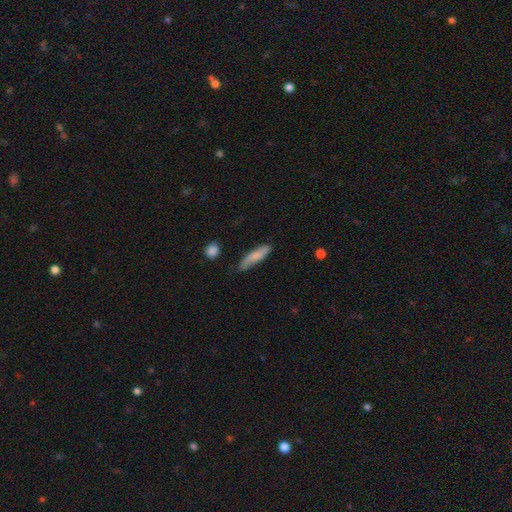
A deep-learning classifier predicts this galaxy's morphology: smooth 76%, featured or disk 18%, star or artifact 6%. Down the decision tree: how rounded — cigar-shaped (77%); merging — none (71%).